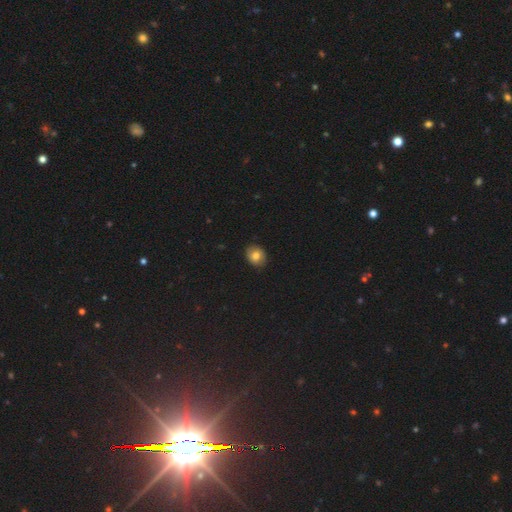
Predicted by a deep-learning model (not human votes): smooth 78%, featured or disk 13%, star or artifact 10%. Down the decision tree: how rounded — round (57%); merging — none (86%).